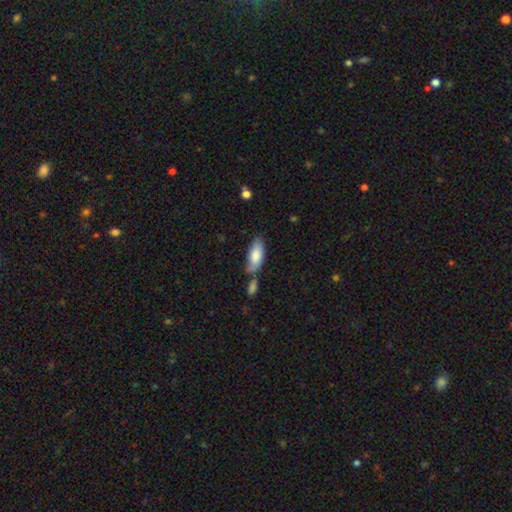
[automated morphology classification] This appears to be a smooth galaxy with no disk features (81%) that is in between round and cigar-shaped (85%). Merging: none (51%).